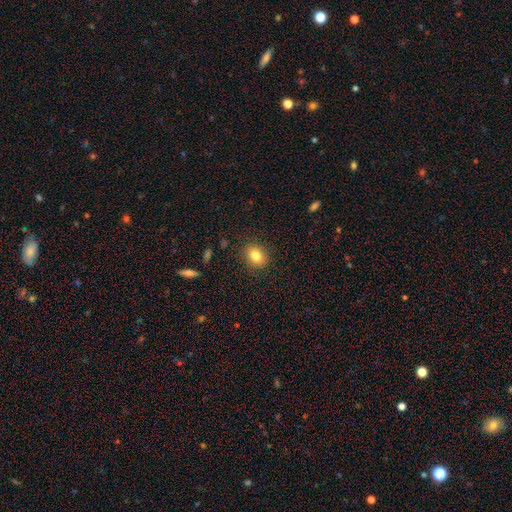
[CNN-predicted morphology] Smooth or featured? Predicted: smooth (p=0.82). How rounded? Predicted: round (p=0.51). Merging? Predicted: none (p=0.88).